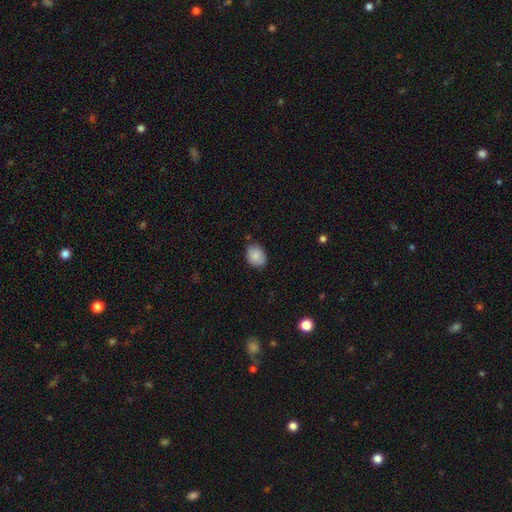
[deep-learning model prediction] Smooth or featured? Predicted: smooth (p=0.87). How rounded? Predicted: in between (p=0.64). Merging? Predicted: none (p=0.81).